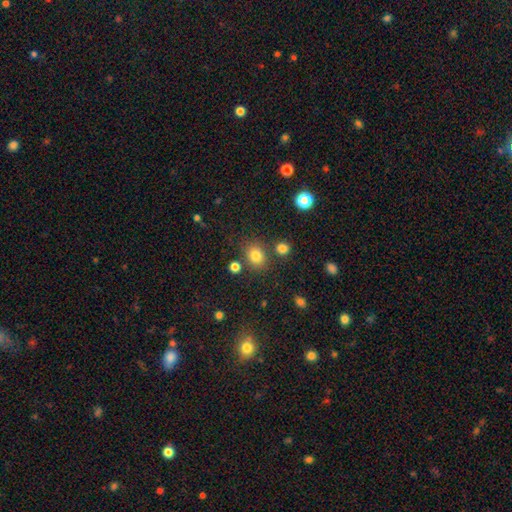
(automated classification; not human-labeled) Smooth or featured?
  - smooth: 81% *
  - star or artifact: 13%
  - featured or disk: 6%
How rounded?
  - round: 64% *
  - in between: 35%
  - cigar-shaped: 1%
Merging?
  - none: 77% *
  - minor disturbance: 11%
  - merger: 8%
  - major disturbance: 4%